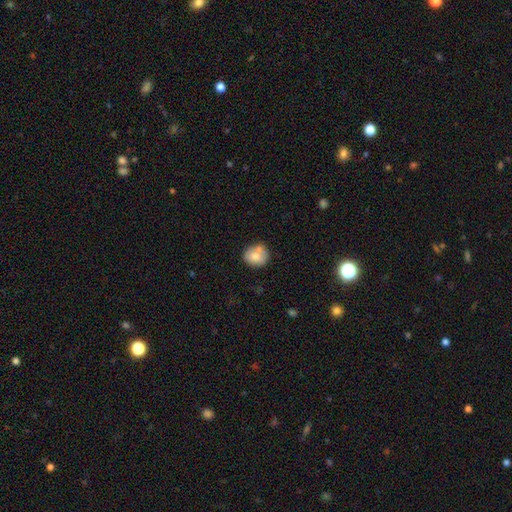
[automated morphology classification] Smooth or featured?
  - smooth: 75% *
  - featured or disk: 17%
  - star or artifact: 8%
How rounded?
  - round: 75% *
  - in between: 24%
  - cigar-shaped: 1%
Merging?
  - none: 58% *
  - merger: 20%
  - minor disturbance: 18%
  - major disturbance: 4%